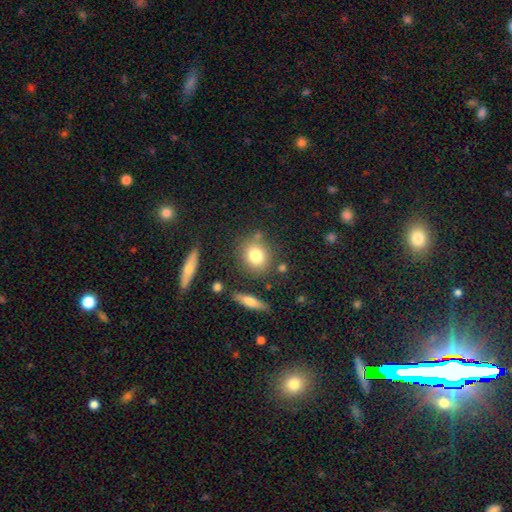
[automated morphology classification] This appears to be a smooth galaxy with no disk features (77%) that is round (71%). Merging: none (76%).